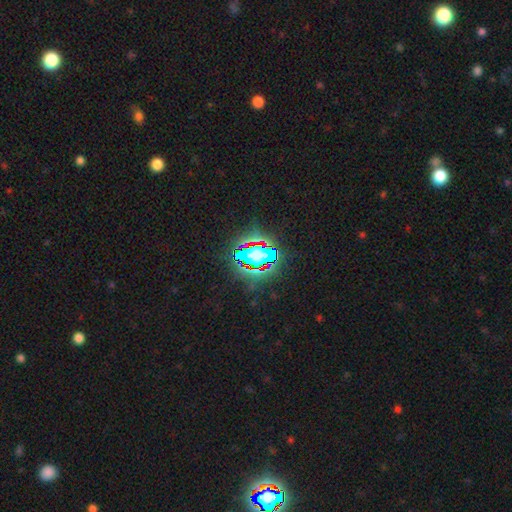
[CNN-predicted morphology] Smooth or featured? Predicted: star or artifact (p=0.81).